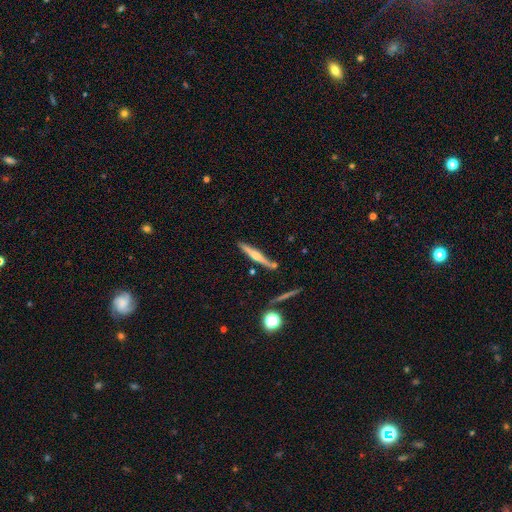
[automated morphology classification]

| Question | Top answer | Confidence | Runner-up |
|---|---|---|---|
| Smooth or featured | featured or disk | 55% | smooth (37%) |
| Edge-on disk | yes | 97% | no (3%) |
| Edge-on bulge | rounded | 60% | none (22%) |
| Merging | none | 81% | minor disturbance (11%) |